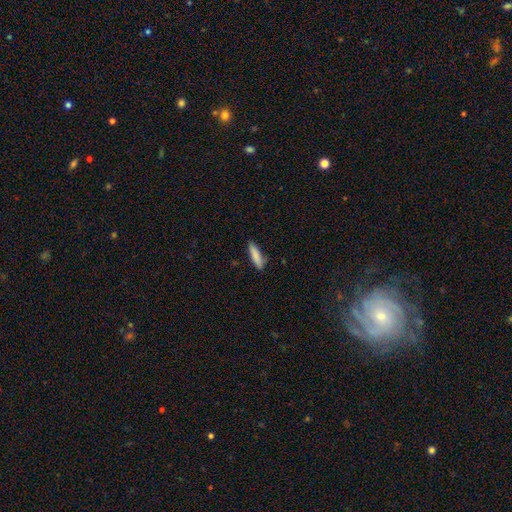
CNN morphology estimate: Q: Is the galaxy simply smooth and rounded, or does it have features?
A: smooth — 86%.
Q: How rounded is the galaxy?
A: cigar-shaped — 71%.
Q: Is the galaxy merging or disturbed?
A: none — 80%.